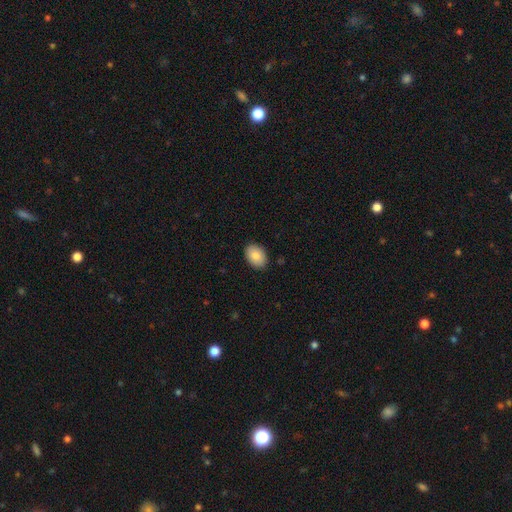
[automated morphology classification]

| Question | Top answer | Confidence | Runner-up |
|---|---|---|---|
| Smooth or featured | smooth | 84% | featured or disk (9%) |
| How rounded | in between | 82% | round (17%) |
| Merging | none | 88% | minor disturbance (9%) |